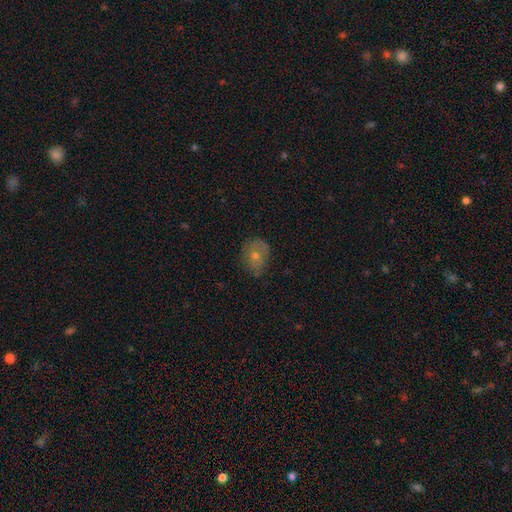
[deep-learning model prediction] smooth 59%, featured or disk 30%, star or artifact 11%. Down the decision tree: how rounded — round (53%); merging — none (67%).